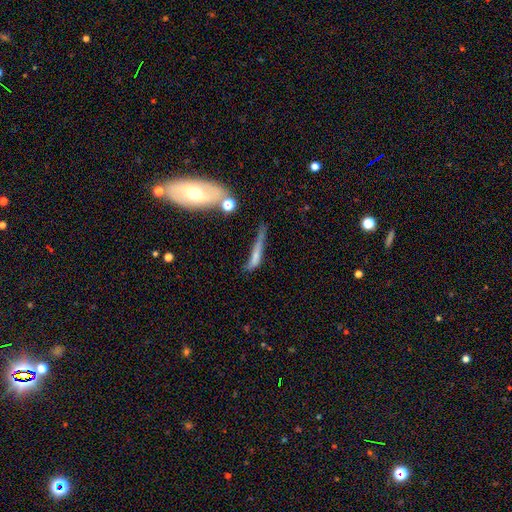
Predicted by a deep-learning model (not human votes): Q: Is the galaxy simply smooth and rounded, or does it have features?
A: smooth — 57%.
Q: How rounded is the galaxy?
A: cigar-shaped — 82%.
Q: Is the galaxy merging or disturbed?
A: none — 32%.